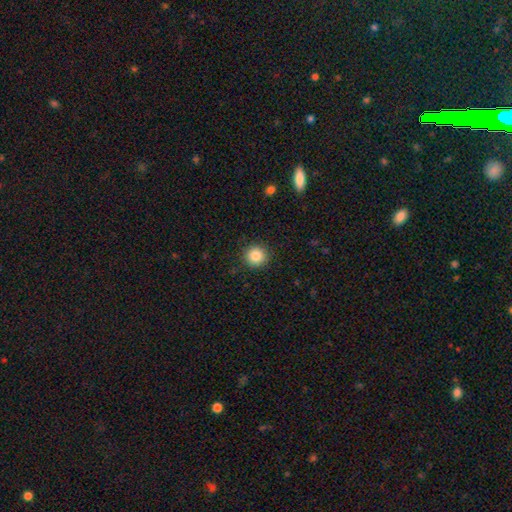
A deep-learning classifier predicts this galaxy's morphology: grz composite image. It shows a smooth galaxy with no disk features (85%) that is round (94%). Merging: none (92%).